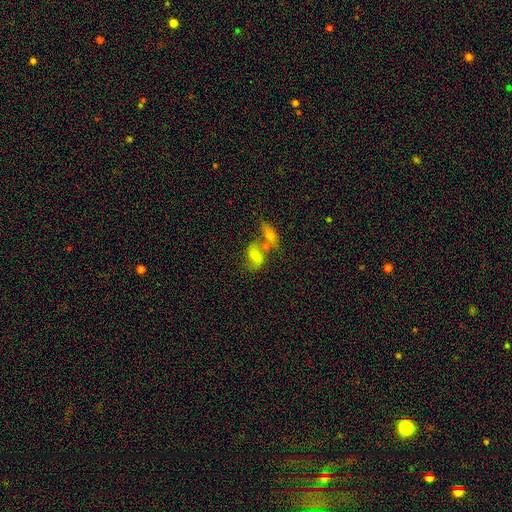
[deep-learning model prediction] smooth_or_featured: smooth (p=0.55) [alt: featured or disk p=0.33]
how_rounded: in between (p=0.81) [alt: round p=0.13]
merging: merger (p=0.48) [alt: none p=0.30]